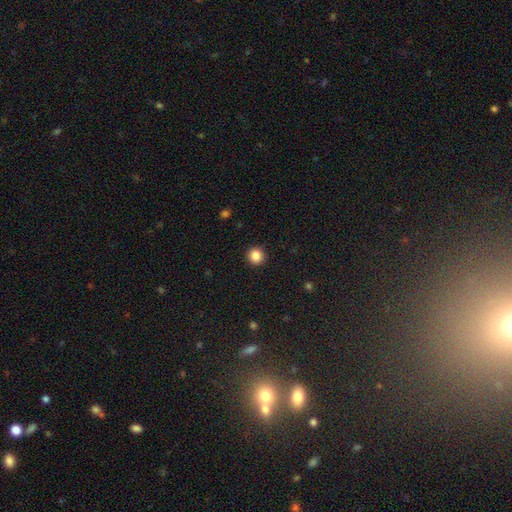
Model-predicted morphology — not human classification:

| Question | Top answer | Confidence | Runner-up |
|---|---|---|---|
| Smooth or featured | smooth | 86% | star or artifact (10%) |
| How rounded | round | 94% | in between (5%) |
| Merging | none | 93% | minor disturbance (5%) |